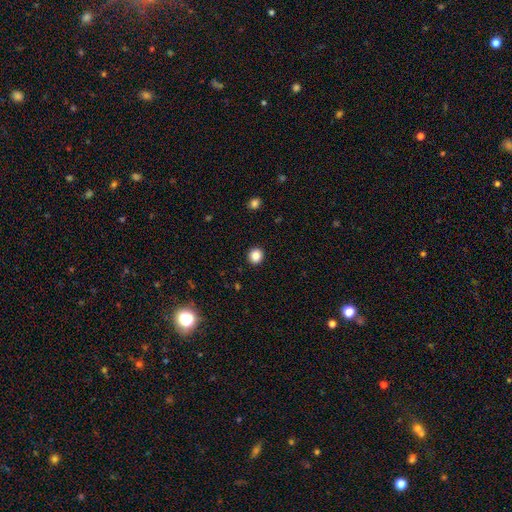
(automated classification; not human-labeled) This appears to be a smooth galaxy with no disk features (86%) that is round (86%). Merging: none (93%).